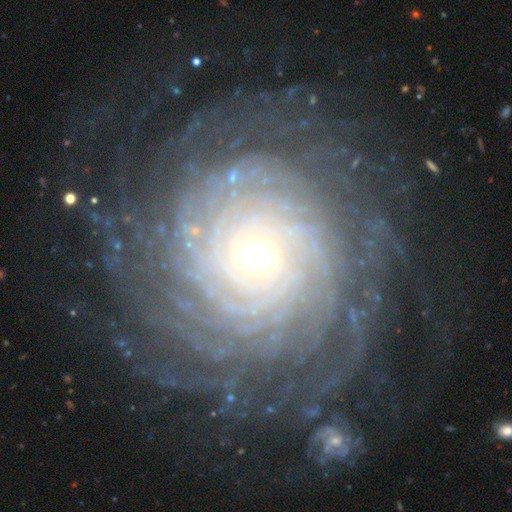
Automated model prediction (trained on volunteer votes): Smooth or featured? featured or disk (90%)
Edge-on disk? no (97%)
Bar? no (43%)
Spiral arms? yes (98%)
Spiral winding? tight (88%)
Spiral arm count? more than 4 (44%)
Bulge size? small (52%)
Merging? none (81%)